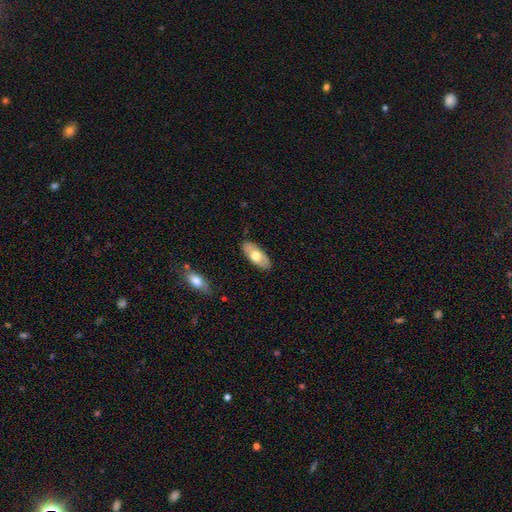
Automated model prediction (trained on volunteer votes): smooth 63%, featured or disk 32%, star or artifact 6%. Down the decision tree: how rounded — in between (85%); merging — none (87%).